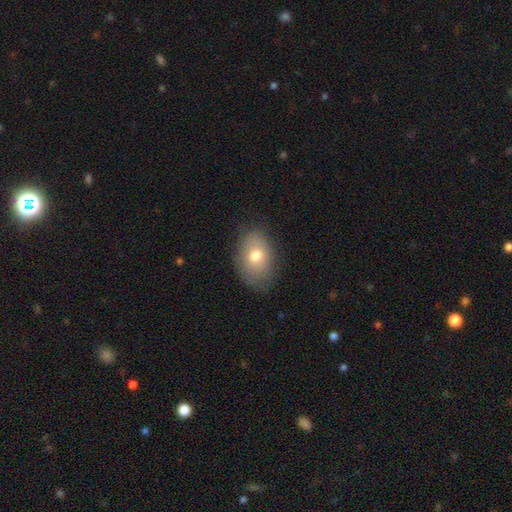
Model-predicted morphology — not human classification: This is likely a smooth galaxy (73%). How rounded: clearly in between (80%). Merging: likely none (75%).